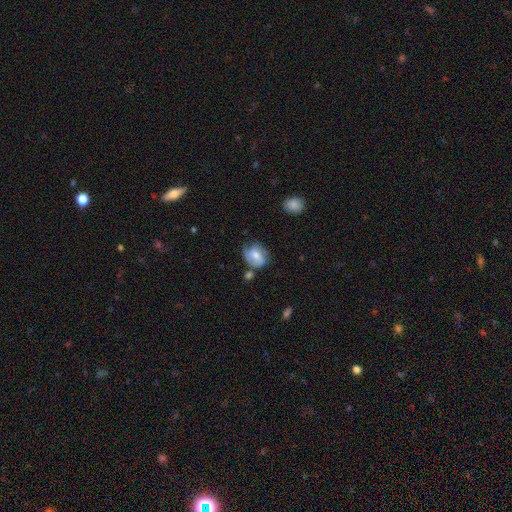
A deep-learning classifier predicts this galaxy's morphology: A featured or disk galaxy (54%) with no bar (43%), spiral arms (80%) and a moderate central bulge (64%).

Vote fractions:
- Smooth or featured? featured or disk: 54% / smooth: 39% / star or artifact: 8%
- Edge-on disk? no: 96% / yes: 4%
- Bar? no: 43% / weak: 42% / strong: 15%
- Spiral arms? yes: 80% / no: 20%
- Bulge size? moderate: 64% / small: 26% / large: 6% / none: 2% / dominant: 1%
- Merging? none: 55% / minor disturbance: 27% / major disturbance: 10% / merger: 7%